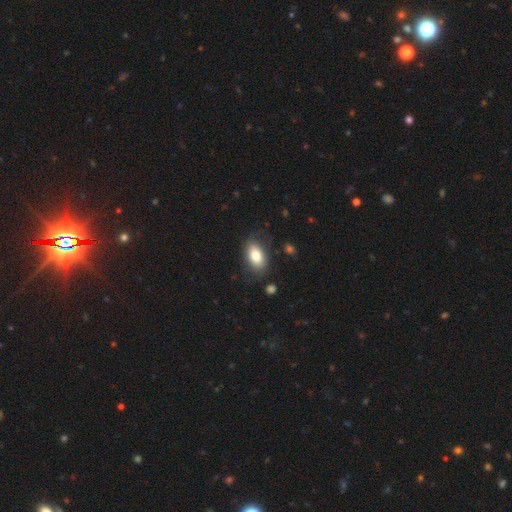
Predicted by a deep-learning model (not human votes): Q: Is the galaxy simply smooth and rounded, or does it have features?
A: smooth — 79%.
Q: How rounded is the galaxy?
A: in between — 91%.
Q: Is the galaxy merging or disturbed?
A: none — 76%.